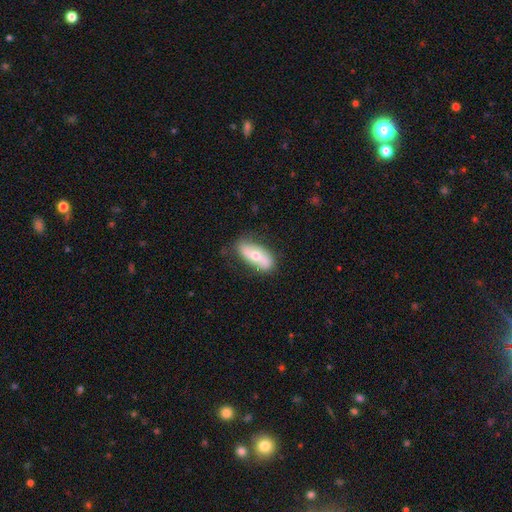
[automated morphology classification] smooth_or_featured: featured or disk (p=0.50) [alt: smooth p=0.44]
disk_edge_on: no (p=0.84) [alt: yes p=0.16]
merging: none (p=0.75) [alt: minor disturbance p=0.19]